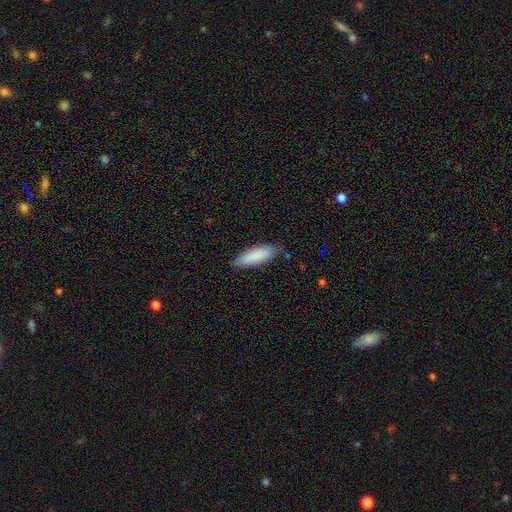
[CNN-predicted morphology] The model was most divided on "how rounded": in between: 56%, cigar-shaped: 43%, round: 1%. More confident: smooth or featured — smooth (87%); merging — none (78%).